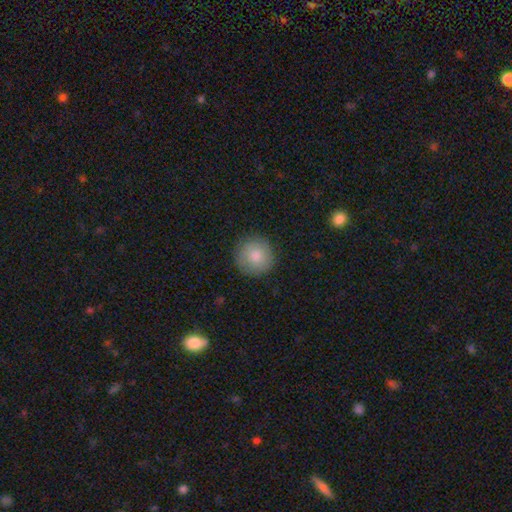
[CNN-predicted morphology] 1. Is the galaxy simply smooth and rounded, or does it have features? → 83% smooth, 9% featured or disk, 7% star or artifact.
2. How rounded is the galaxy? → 95% round, 4% in between, 1% cigar-shaped.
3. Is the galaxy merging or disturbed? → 88% none, 9% minor disturbance, 2% major disturbance, 1% merger.